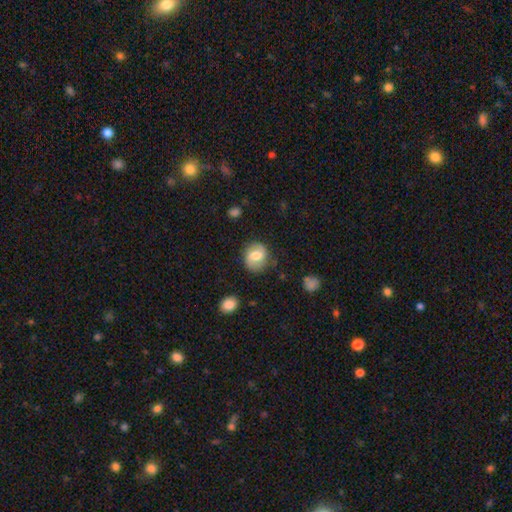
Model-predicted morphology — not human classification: Smooth or featured: smooth — 56% (featured or disk — 37%)
How rounded: round — 72% (in between — 27%)
Merging: none — 77% (minor disturbance — 16%)